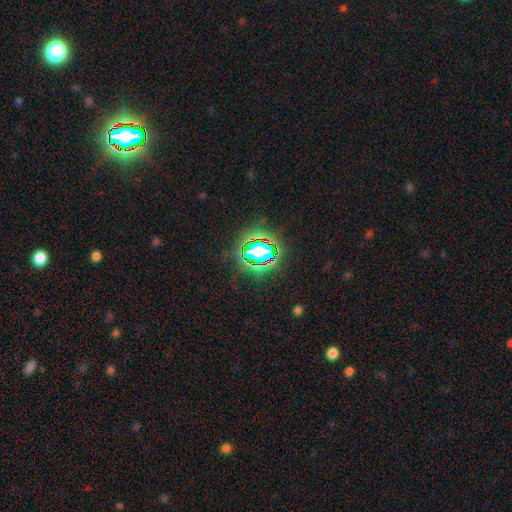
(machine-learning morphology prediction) smooth-or-featured: star or artifact: 77% | smooth: 14% | featured or disk: 9%